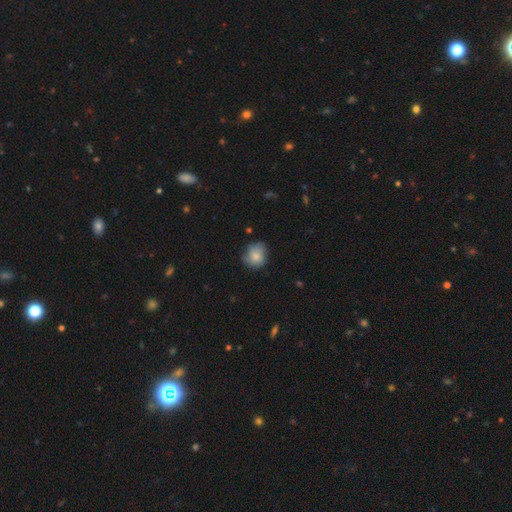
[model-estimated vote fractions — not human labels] Overall: smooth (79%). How rounded: round (80%). Merging: none (66%; minor disturbance 27%).